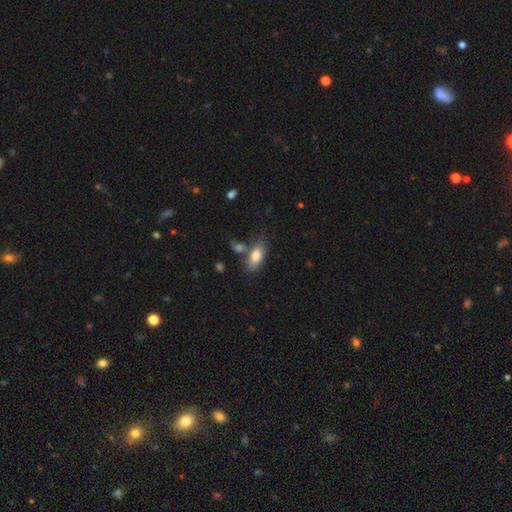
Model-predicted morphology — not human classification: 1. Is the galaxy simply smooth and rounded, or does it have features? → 79% smooth, 14% featured or disk, 7% star or artifact.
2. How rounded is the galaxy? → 86% in between, 10% cigar-shaped, 4% round.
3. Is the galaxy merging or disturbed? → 59% none, 18% merger, 17% minor disturbance, 6% major disturbance.